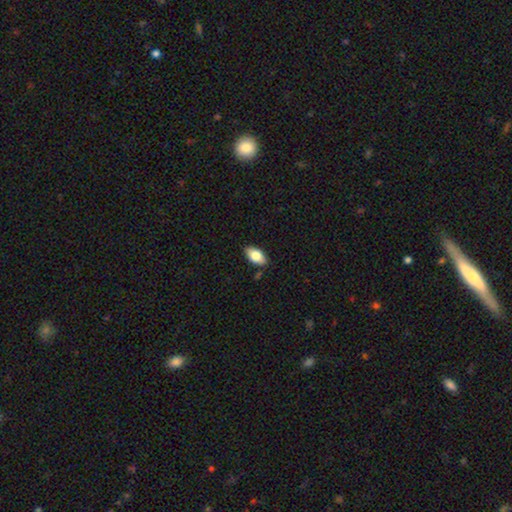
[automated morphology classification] A smooth galaxy with no disk features (79%) that is in between round and cigar-shaped (92%).

Vote fractions:
- Smooth or featured? smooth: 79% / featured or disk: 14% / star or artifact: 7%
- How rounded? in between: 92% / round: 4% / cigar-shaped: 3%
- Merging? none: 85% / minor disturbance: 11% / merger: 2% / major disturbance: 2%